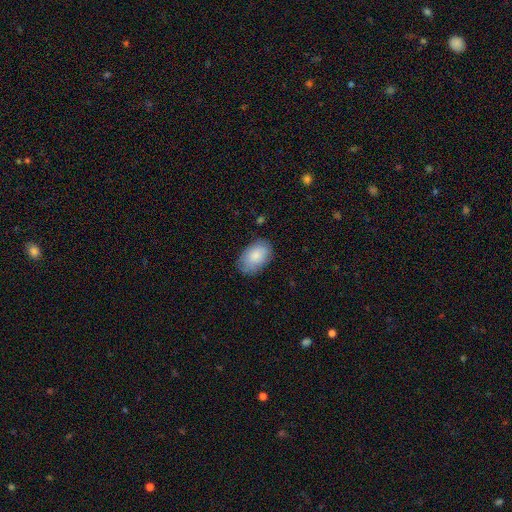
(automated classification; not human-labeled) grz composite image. It shows a smooth galaxy with no disk features (83%) that is in between round and cigar-shaped (93%). Merging: none (78%).